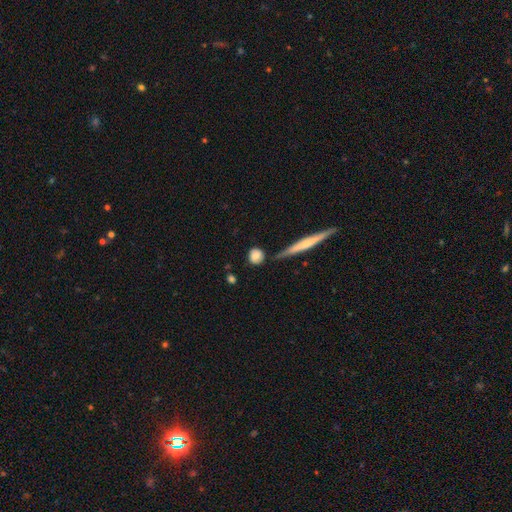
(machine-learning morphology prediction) Smooth or featured? Predicted: smooth (p=0.81). How rounded? Predicted: round (p=0.78). Merging? Predicted: none (p=0.73).